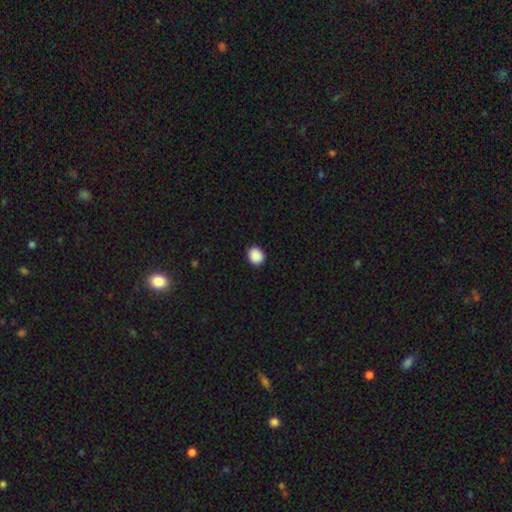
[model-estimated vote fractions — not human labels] smooth_or_featured: smooth (p=0.90) [alt: star or artifact p=0.08]
how_rounded: round (p=0.73) [alt: in between p=0.26]
merging: none (p=0.92) [alt: minor disturbance p=0.06]